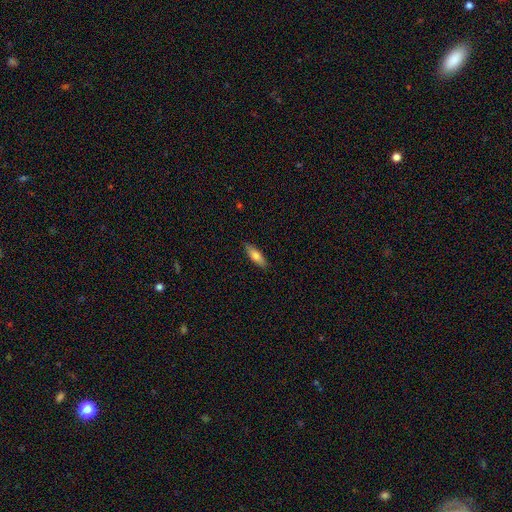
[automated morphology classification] smooth-or-featured: smooth: 73% | featured or disk: 21% | star or artifact: 6%
  how-rounded: in between: 50% | cigar-shaped: 48% | round: 2%
  merging: none: 88% | minor disturbance: 9% | major disturbance: 2% | merger: 1%